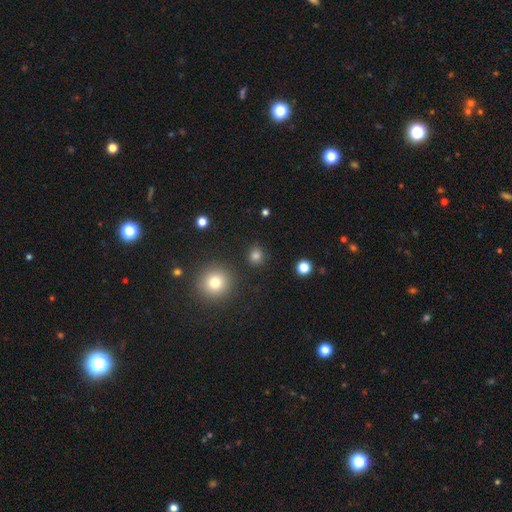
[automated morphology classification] Smooth or featured: smooth — 80% (star or artifact — 15%)
How rounded: round — 88% (in between — 11%)
Merging: none — 89% (minor disturbance — 6%)